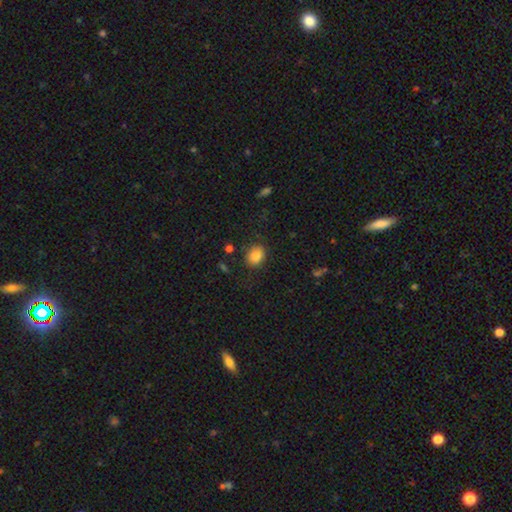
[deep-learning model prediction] The model was most divided on "how rounded": round: 53%, in between: 46%, cigar-shaped: 1%. More confident: smooth or featured — smooth (85%); merging — none (83%).